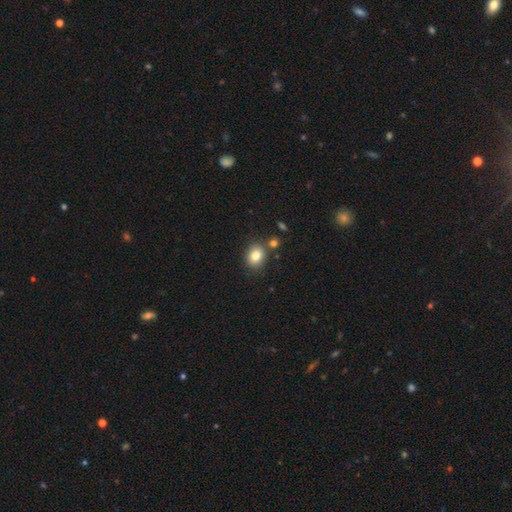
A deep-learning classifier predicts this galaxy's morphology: A smooth galaxy with no disk features (82%) that is round (50%). Merging: none (77%).